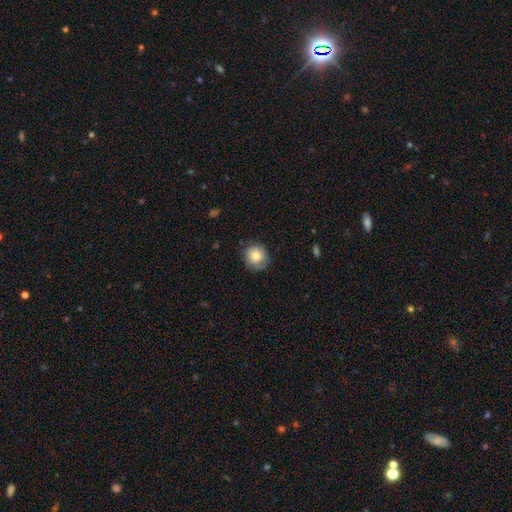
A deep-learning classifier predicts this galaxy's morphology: A smooth galaxy with no disk features (70%) that is round (85%).

Vote fractions:
- Smooth or featured? smooth: 70% / featured or disk: 22% / star or artifact: 8%
- How rounded? round: 85% / in between: 14% / cigar-shaped: 1%
- Merging? none: 69% / minor disturbance: 23% / major disturbance: 6% / merger: 1%